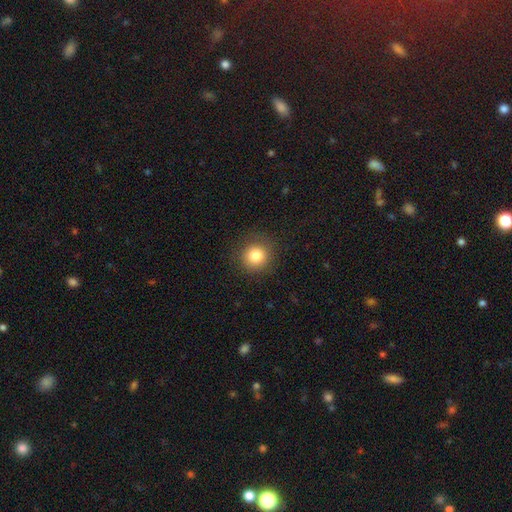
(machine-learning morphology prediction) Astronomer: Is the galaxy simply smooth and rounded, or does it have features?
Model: smooth — 83%.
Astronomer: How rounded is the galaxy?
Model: round — 91%.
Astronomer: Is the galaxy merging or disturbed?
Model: none — 88%.